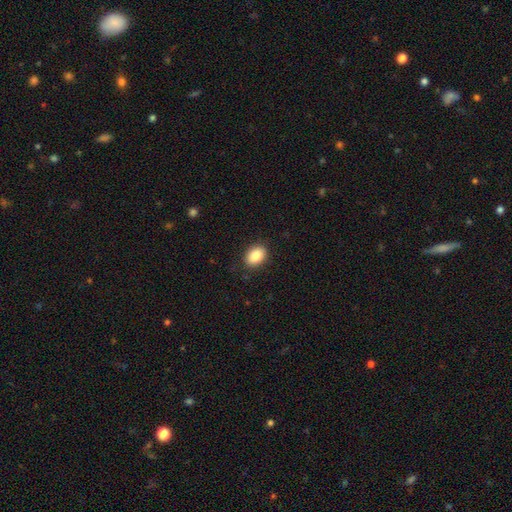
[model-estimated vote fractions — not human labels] Smooth or featured?
  - smooth: 86% *
  - star or artifact: 8%
  - featured or disk: 6%
How rounded?
  - in between: 78% *
  - round: 20%
  - cigar-shaped: 1%
Merging?
  - none: 88% *
  - minor disturbance: 9%
  - major disturbance: 2%
  - merger: 1%